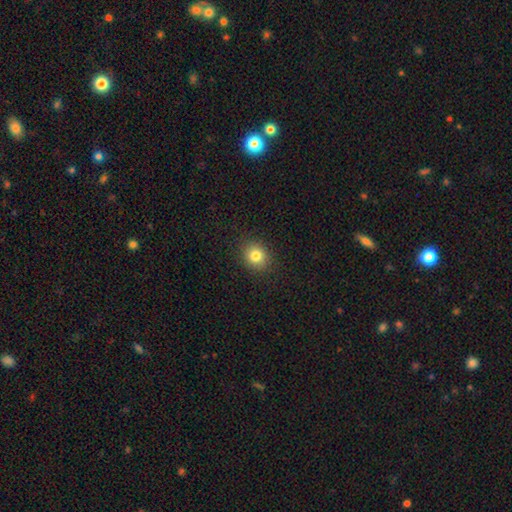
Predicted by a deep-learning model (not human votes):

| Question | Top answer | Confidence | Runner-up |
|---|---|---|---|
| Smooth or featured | smooth | 81% | star or artifact (12%) |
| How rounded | round | 72% | in between (27%) |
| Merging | none | 89% | minor disturbance (7%) |